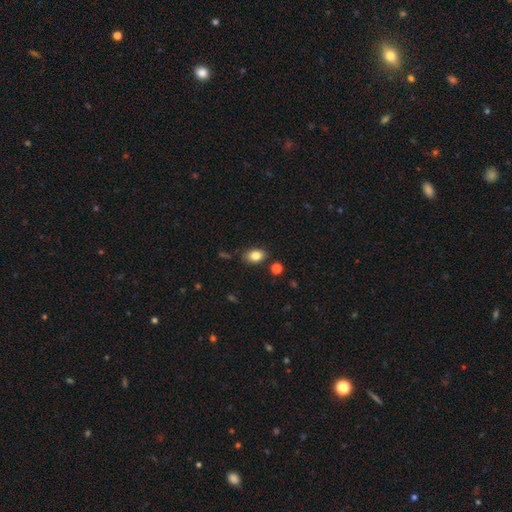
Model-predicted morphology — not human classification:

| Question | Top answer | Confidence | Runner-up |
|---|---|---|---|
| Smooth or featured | smooth | 83% | star or artifact (10%) |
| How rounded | in between | 79% | round (20%) |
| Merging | none | 82% | minor disturbance (12%) |